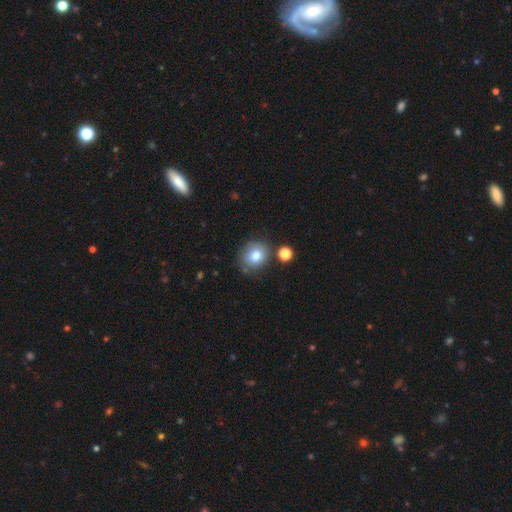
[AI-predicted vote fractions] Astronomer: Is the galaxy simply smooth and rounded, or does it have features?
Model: smooth — 77%.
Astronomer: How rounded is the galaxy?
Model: round — 69%.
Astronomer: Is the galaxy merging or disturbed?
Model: none — 69%.